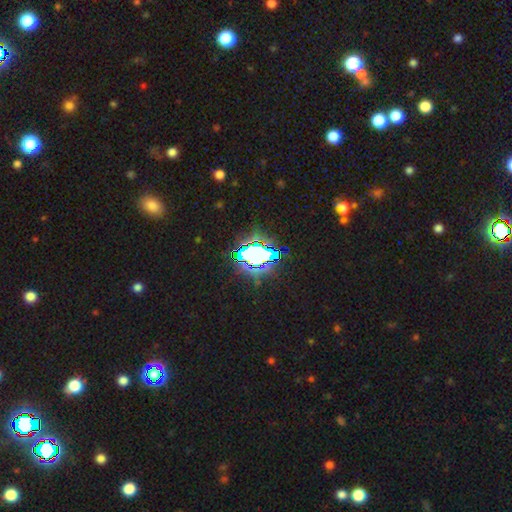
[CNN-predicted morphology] A star or artifact, not a galaxy (65%).